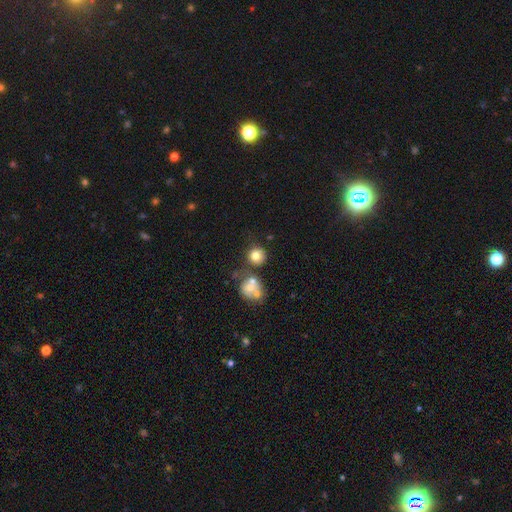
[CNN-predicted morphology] Smooth or featured? smooth (74%)
How rounded? round (88%)
Merging? none (58%)